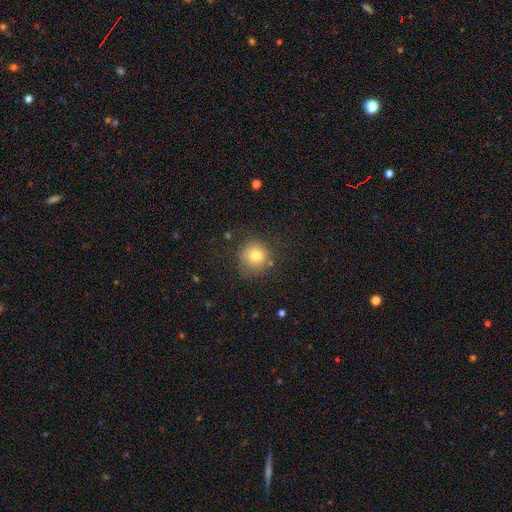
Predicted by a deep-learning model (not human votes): Smooth or featured: smooth — 77% (star or artifact — 12%)
How rounded: round — 91% (in between — 8%)
Merging: none — 78% (minor disturbance — 15%)